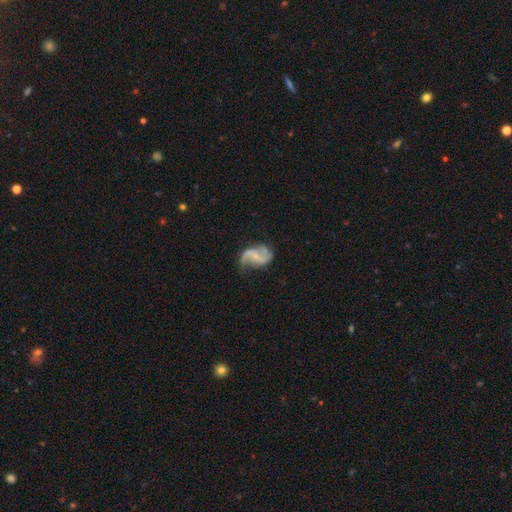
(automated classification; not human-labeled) Smooth or featured? Predicted: featured or disk (p=0.85). Edge-on disk? Predicted: no (p=0.98). Bar? Predicted: weak (p=0.45). Spiral arms? Predicted: yes (p=0.95). Spiral winding? Predicted: loose (p=0.64). Spiral arm count? Predicted: 2 (p=0.89). Bulge size? Predicted: small (p=0.56). Merging? Predicted: none (p=0.62).